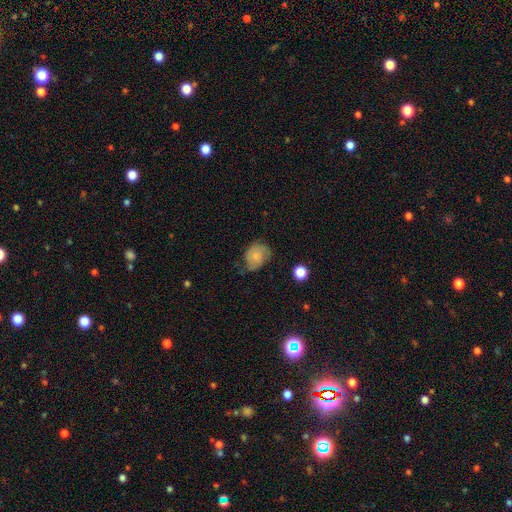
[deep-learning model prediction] Smooth or featured: smooth — 69% (featured or disk — 22%)
How rounded: in between — 54% (round — 45%)
Merging: none — 53% (minor disturbance — 33%)